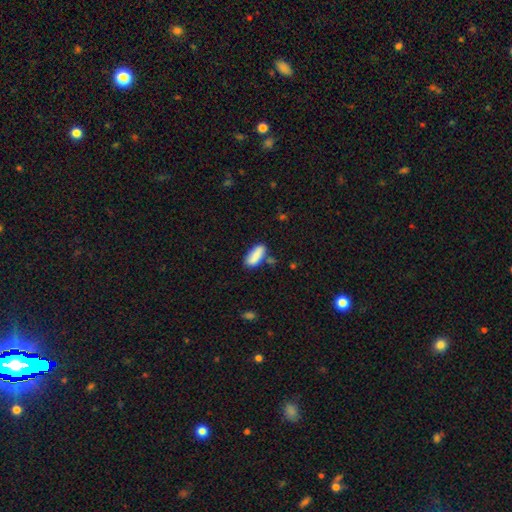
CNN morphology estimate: Q: Smooth or featured?
A: smooth (85%); runner-up: featured or disk (8%)
Q: How rounded?
A: in between (79%); runner-up: cigar-shaped (19%)
Q: Merging?
A: none (68%); runner-up: minor disturbance (19%)